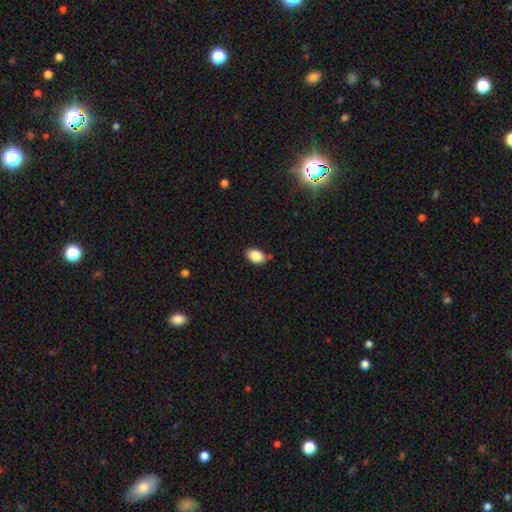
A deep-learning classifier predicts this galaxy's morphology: Smooth or featured: smooth — 86% (star or artifact — 8%)
How rounded: in between — 78% (round — 21%)
Merging: none — 72% (minor disturbance — 21%)